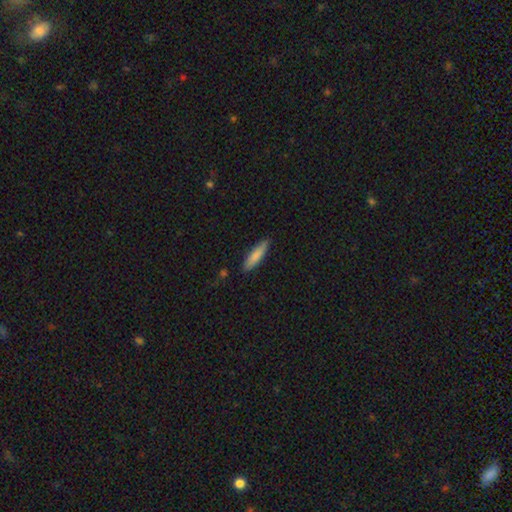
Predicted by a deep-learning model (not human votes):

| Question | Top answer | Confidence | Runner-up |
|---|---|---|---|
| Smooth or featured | smooth | 81% | featured or disk (13%) |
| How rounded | cigar-shaped | 75% | in between (24%) |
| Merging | none | 86% | minor disturbance (10%) |